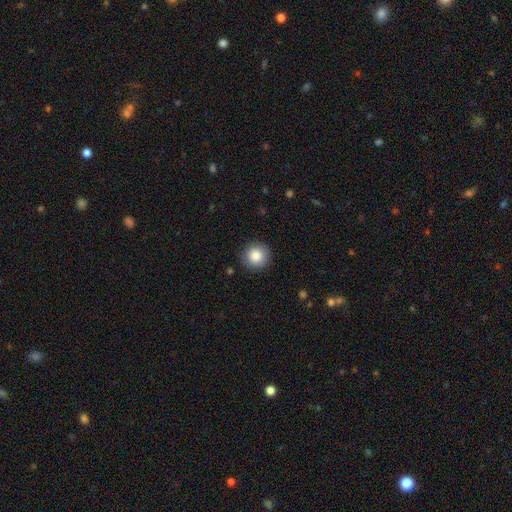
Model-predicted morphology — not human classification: The model was most divided on "smooth or featured": smooth: 85%, star or artifact: 9%, featured or disk: 6%. More confident: how rounded — round (94%); merging — none (90%).